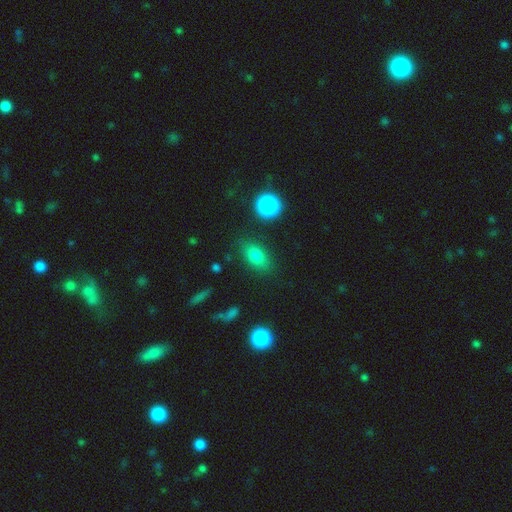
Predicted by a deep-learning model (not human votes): smooth_or_featured: smooth (p=0.77) [alt: star or artifact p=0.13]
how_rounded: in between (p=0.81) [alt: round p=0.14]
merging: none (p=0.82) [alt: minor disturbance p=0.12]